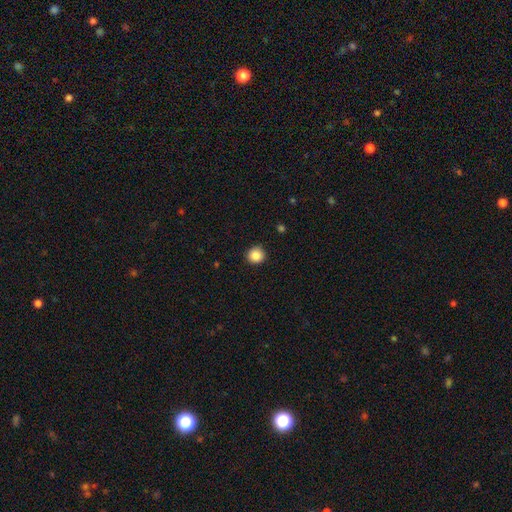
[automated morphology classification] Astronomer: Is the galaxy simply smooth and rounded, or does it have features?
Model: smooth — 87%.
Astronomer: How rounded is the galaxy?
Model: round — 94%.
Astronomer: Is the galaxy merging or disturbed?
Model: none — 92%.